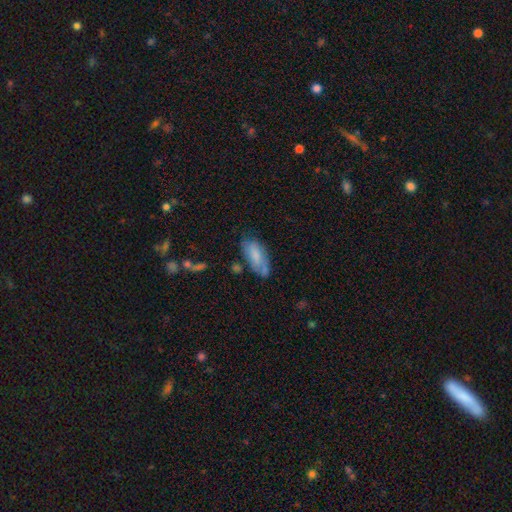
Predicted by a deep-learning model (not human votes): smooth-or-featured: smooth: 71% | featured or disk: 21% | star or artifact: 7%
  how-rounded: in between: 82% | cigar-shaped: 16% | round: 2%
  merging: none: 55% | minor disturbance: 28% | major disturbance: 10% | merger: 8%